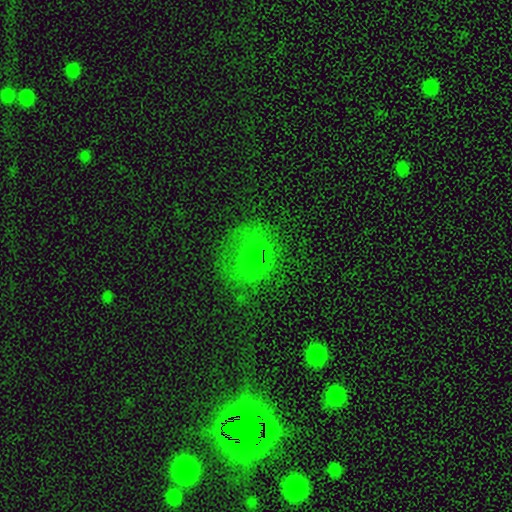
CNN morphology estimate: Q: Smooth or featured?
A: smooth (57%); runner-up: featured or disk (25%)
Q: How rounded?
A: round (64%); runner-up: in between (34%)
Q: Merging?
A: none (59%); runner-up: minor disturbance (22%)